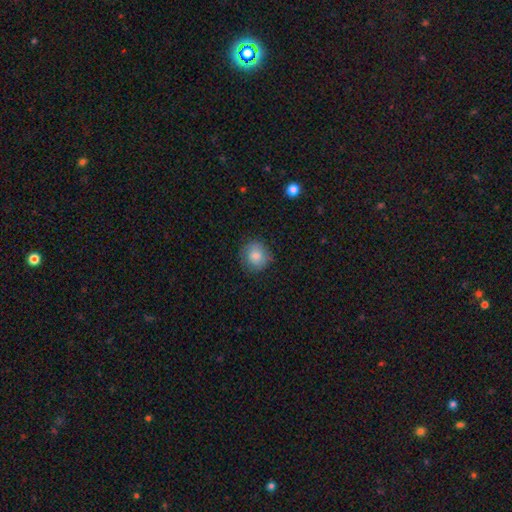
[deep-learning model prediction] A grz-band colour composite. It shows a smooth galaxy with no disk features (80%) that is round (88%). Merging: none (80%).